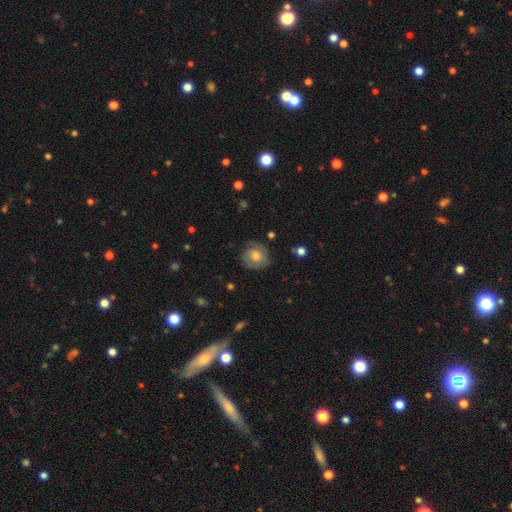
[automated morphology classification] The model was most divided on "smooth or featured": featured or disk: 55%, smooth: 37%, star or artifact: 8%. More confident: edge-on disk — no (97%); spiral arms — yes (85%); merging — none (78%); bar — no (70%); bulge size — moderate (56%).